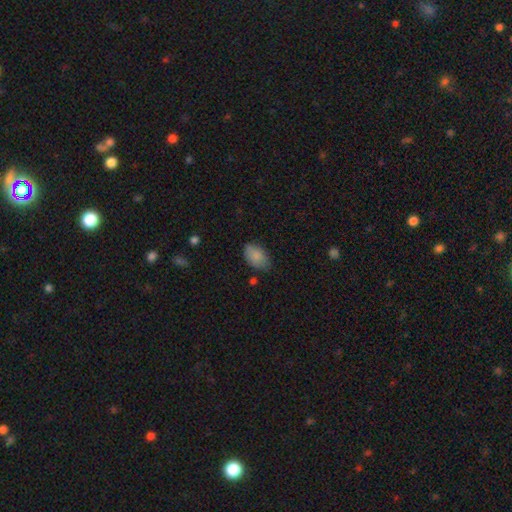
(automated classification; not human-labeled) smooth-or-featured: smooth: 85% | featured or disk: 8% | star or artifact: 7%
  how-rounded: in between: 91% | round: 7% | cigar-shaped: 1%
  merging: none: 71% | minor disturbance: 23% | major disturbance: 5% | merger: 2%